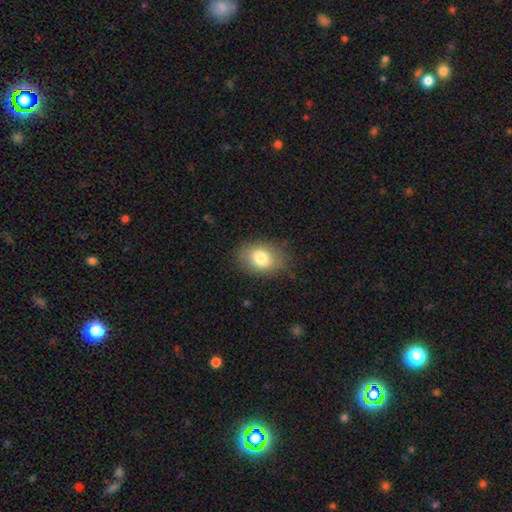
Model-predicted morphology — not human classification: Smooth or featured? smooth (80%)
How rounded? in between (75%)
Merging? none (81%)